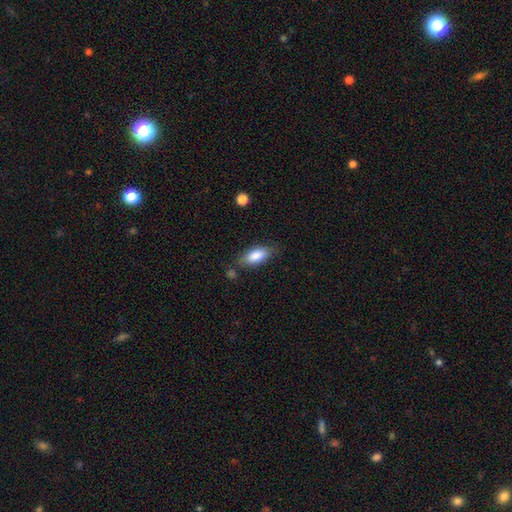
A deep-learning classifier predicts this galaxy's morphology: This is clearly a smooth galaxy (84%). How rounded: clearly in between (83%). Merging: likely none (73%).